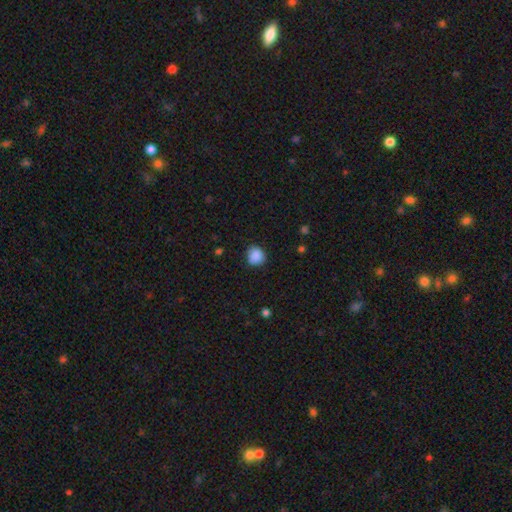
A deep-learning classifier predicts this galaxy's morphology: Overall: smooth (88%). How rounded: round (82%). Merging: none (82%).